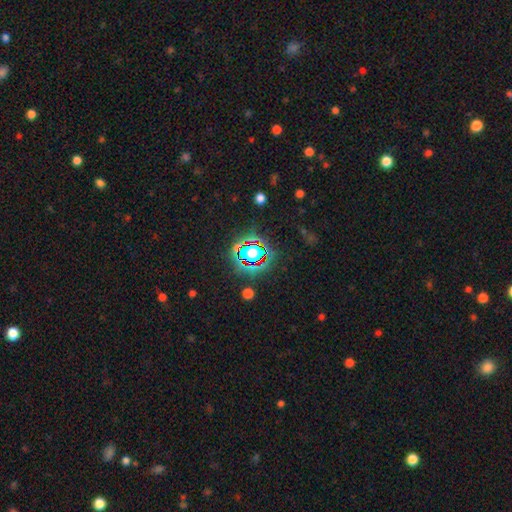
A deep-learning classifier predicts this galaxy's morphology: star or artifact 81%, smooth 11%, featured or disk 8%.